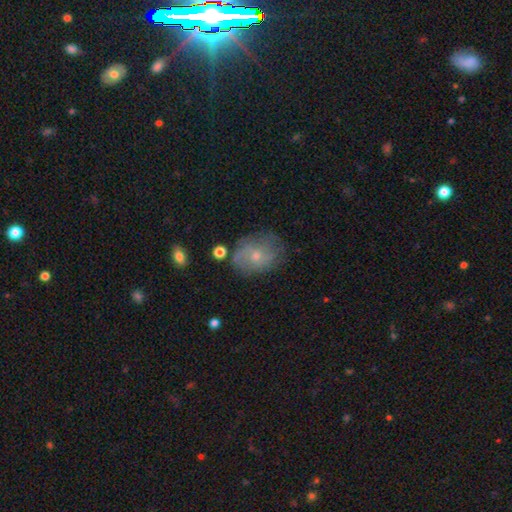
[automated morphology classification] This is possibly a smooth galaxy (49%). Merging: likely none (62%).